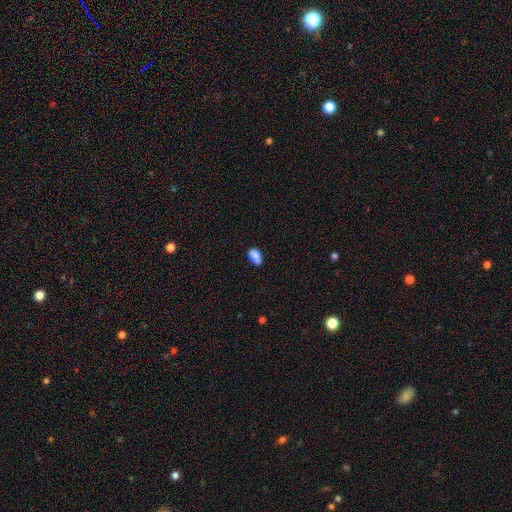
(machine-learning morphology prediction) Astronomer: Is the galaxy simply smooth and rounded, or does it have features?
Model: smooth — 82%.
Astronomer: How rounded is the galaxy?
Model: in between — 90%.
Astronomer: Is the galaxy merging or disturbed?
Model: none — 70%.